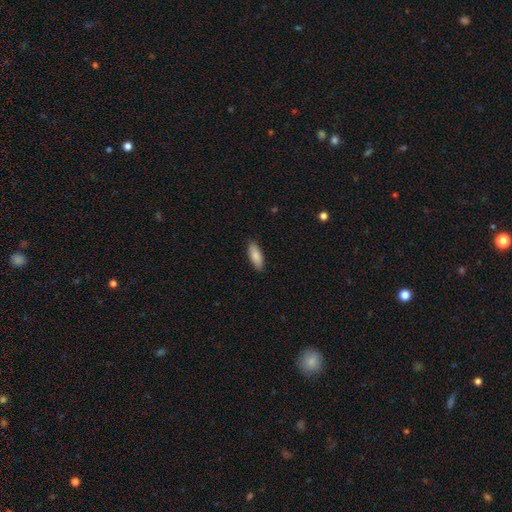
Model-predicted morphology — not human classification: This is clearly a smooth galaxy (86%). How rounded: likely in between (77%). Merging: clearly none (88%).